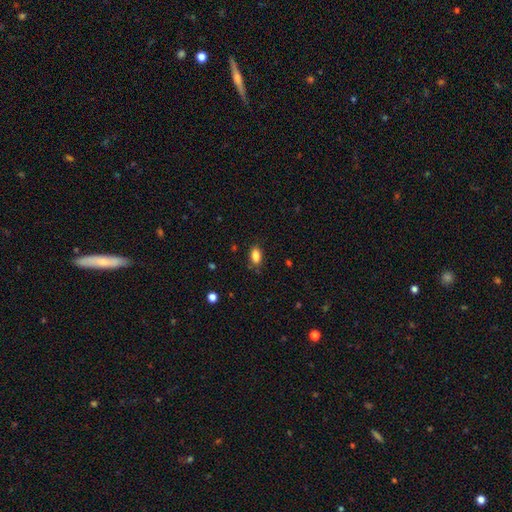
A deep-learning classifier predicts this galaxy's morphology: smooth 86%, star or artifact 9%, featured or disk 5%. Down the decision tree: how rounded — in between (88%); merging — none (80%).